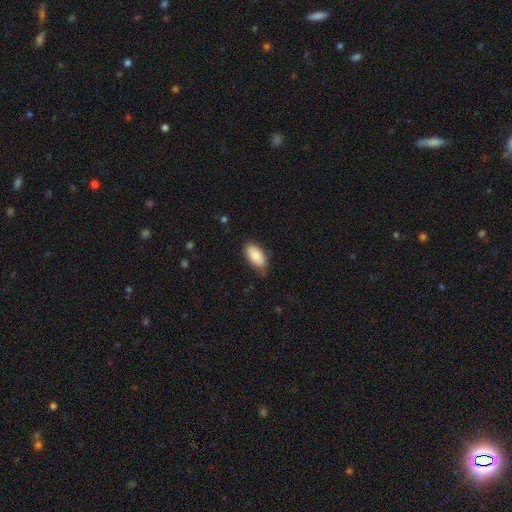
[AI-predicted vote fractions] Smooth or featured: smooth — 84% (featured or disk — 9%)
How rounded: in between — 94% (cigar-shaped — 3%)
Merging: none — 72% (minor disturbance — 23%)